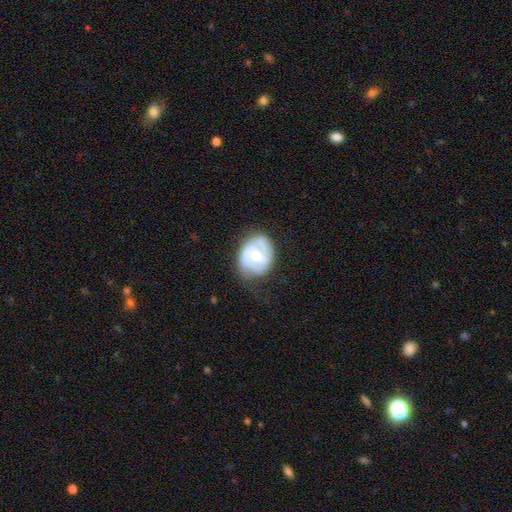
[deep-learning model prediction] smooth-or-featured: featured or disk: 69% | smooth: 26% | star or artifact: 5%
  disk-edge-on: no: 97% | yes: 3%
    bar: no: 56% | weak: 34% | strong: 10%
    has-spiral-arms: yes: 68% | no: 32%
    bulge-size: moderate: 70% | small: 24% | large: 4% | none: 1% | dominant: 1%
  merging: none: 63% | minor disturbance: 26% | major disturbance: 9% | merger: 1%